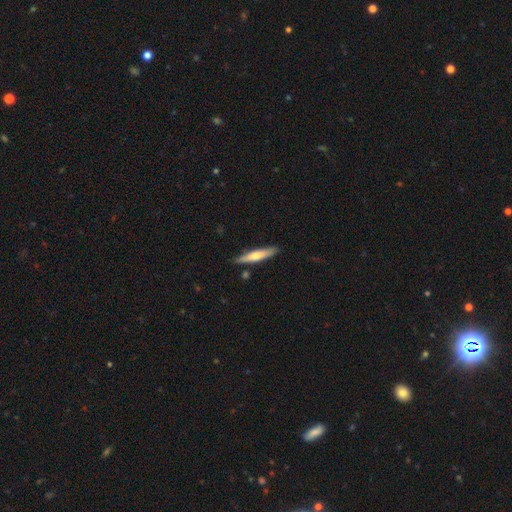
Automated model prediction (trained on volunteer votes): Smooth or featured? Predicted: smooth (p=0.60). How rounded? Predicted: cigar-shaped (p=0.89). Merging? Predicted: none (p=0.85).